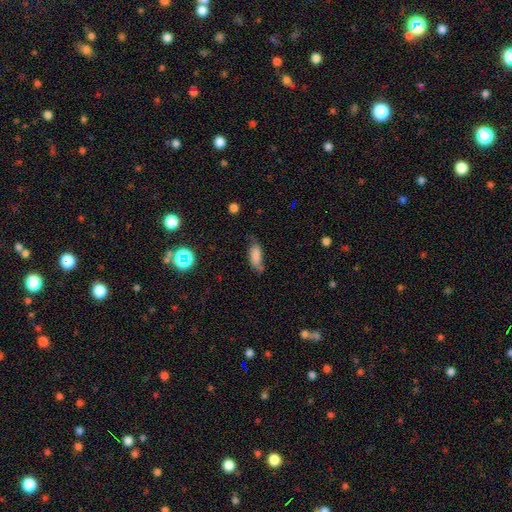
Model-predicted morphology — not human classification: This is likely a smooth galaxy (75%). How rounded: likely in between (73%). Merging: possibly none (52%).